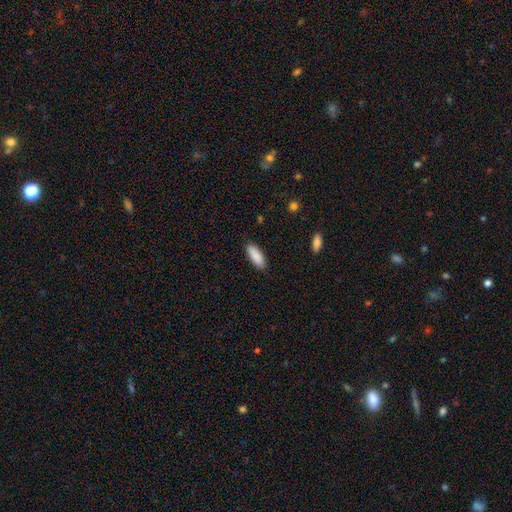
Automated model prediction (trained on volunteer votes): Morphology: type=smooth (90%); roundness=in between (73%); merging=none (89%).